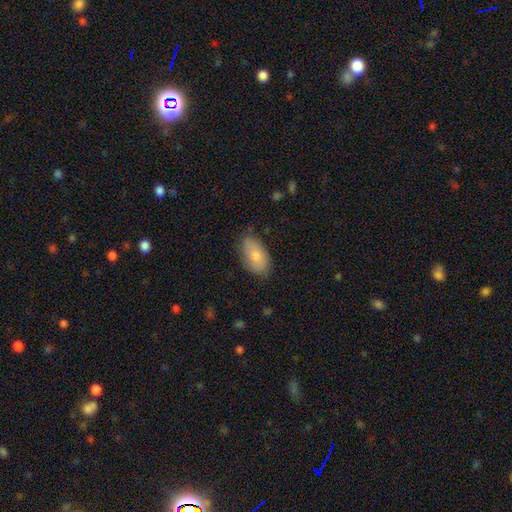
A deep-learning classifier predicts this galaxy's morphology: smooth_or_featured: smooth (p=0.77) [alt: featured or disk p=0.17]
how_rounded: in between (p=0.93) [alt: round p=0.04]
merging: none (p=0.77) [alt: minor disturbance p=0.18]